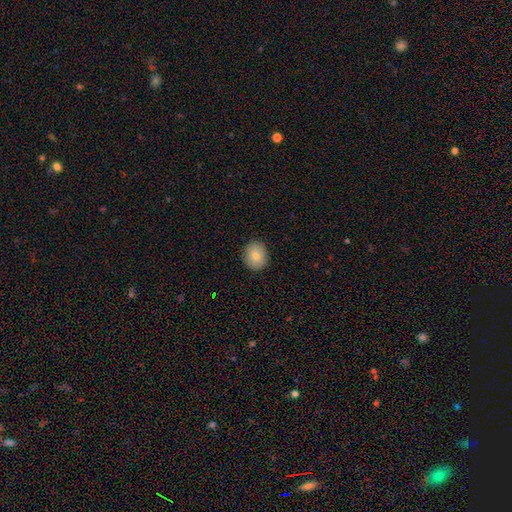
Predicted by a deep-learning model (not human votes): Smooth or featured? smooth (81%)
How rounded? round (68%)
Merging? none (90%)